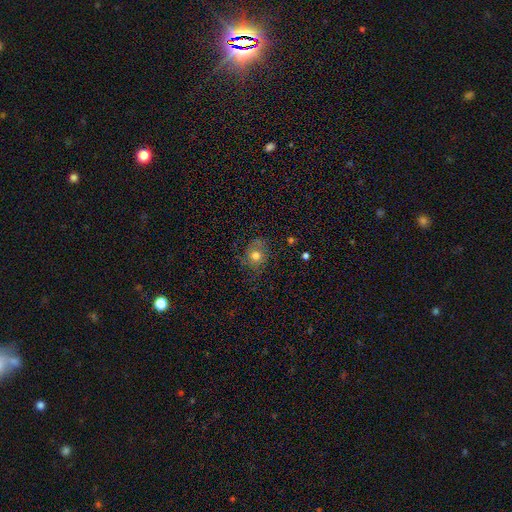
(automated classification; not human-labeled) Smooth or featured? smooth (68%)
How rounded? round (69%)
Merging? none (67%)